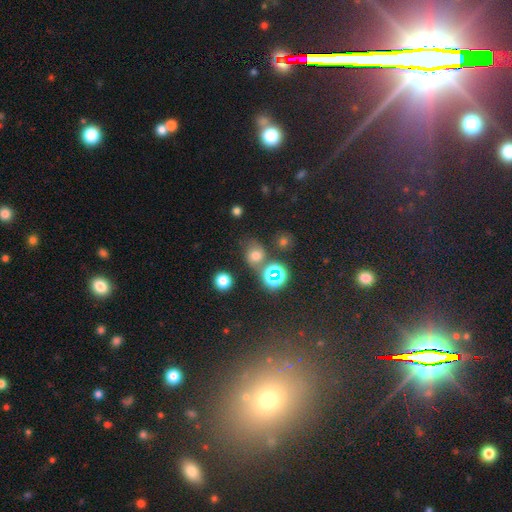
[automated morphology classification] This appears to be a smooth galaxy with no disk features (58%) that is round (64%). Merging: none (60%).